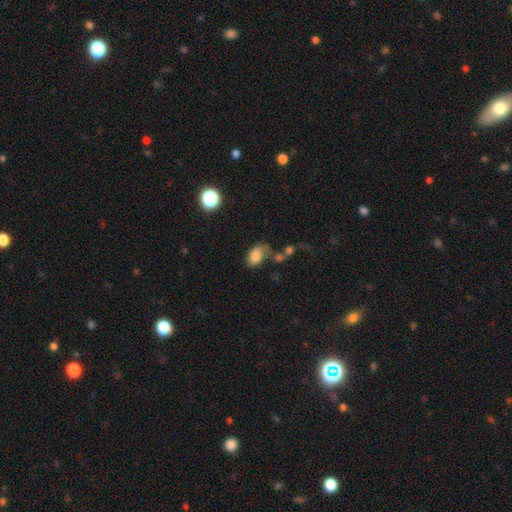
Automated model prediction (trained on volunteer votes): A smooth galaxy with no disk features (77%) that is in between round and cigar-shaped (87%). Merging: none (44%).